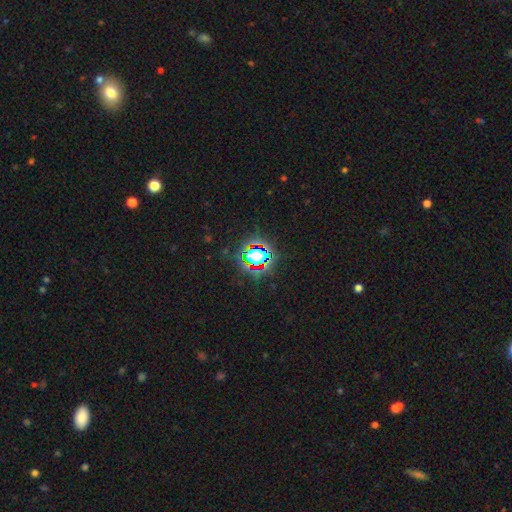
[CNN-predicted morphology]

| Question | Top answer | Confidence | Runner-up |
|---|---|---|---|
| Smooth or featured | star or artifact | 63% | smooth (24%) |